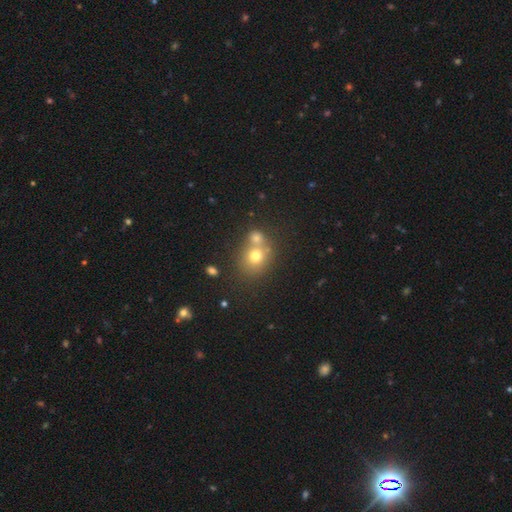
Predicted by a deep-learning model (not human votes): Smooth or featured: smooth — 72% (featured or disk — 14%)
How rounded: round — 74% (in between — 25%)
Merging: none — 44% (tied with merger — 44%)